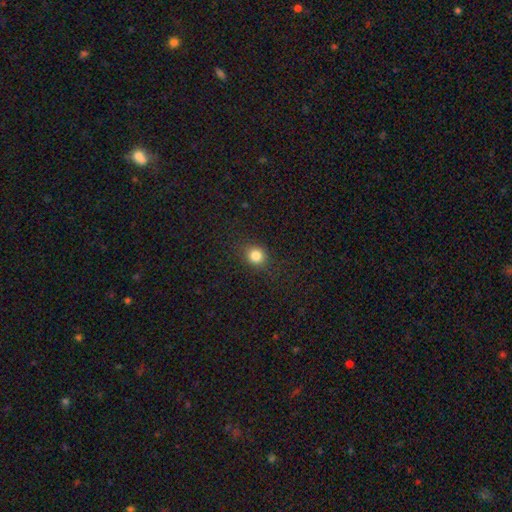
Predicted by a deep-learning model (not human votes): The model was most divided on "how rounded": round: 80%, in between: 19%, cigar-shaped: 1%. More confident: merging — none (87%); smooth or featured — smooth (83%).